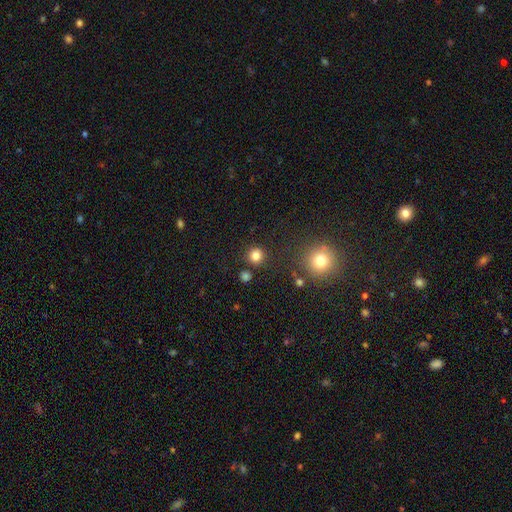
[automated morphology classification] The model was most divided on "smooth or featured": smooth: 81%, star or artifact: 14%, featured or disk: 5%. More confident: how rounded — round (93%); merging — none (87%).